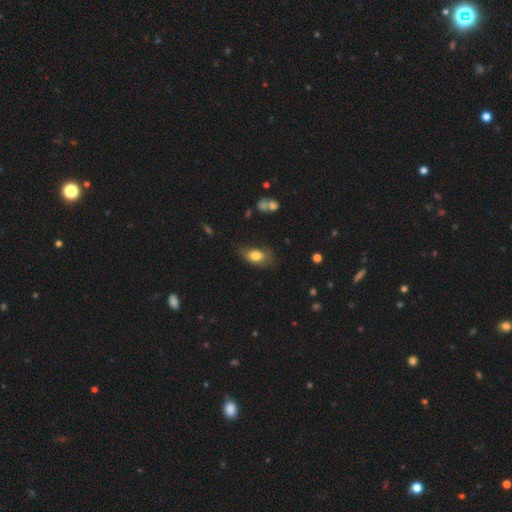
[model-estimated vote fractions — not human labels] smooth 77%, featured or disk 15%, star or artifact 8%. Down the decision tree: how rounded — in between (87%); merging — none (55%).